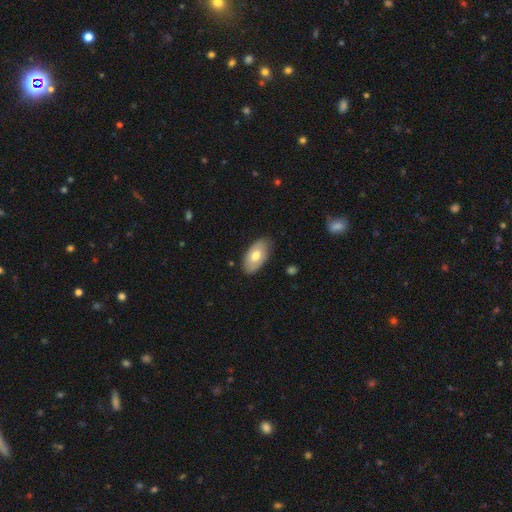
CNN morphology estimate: Q: Smooth or featured?
A: smooth (69%); runner-up: featured or disk (25%)
Q: How rounded?
A: in between (95%); runner-up: round (3%)
Q: Merging?
A: none (84%); runner-up: minor disturbance (13%)